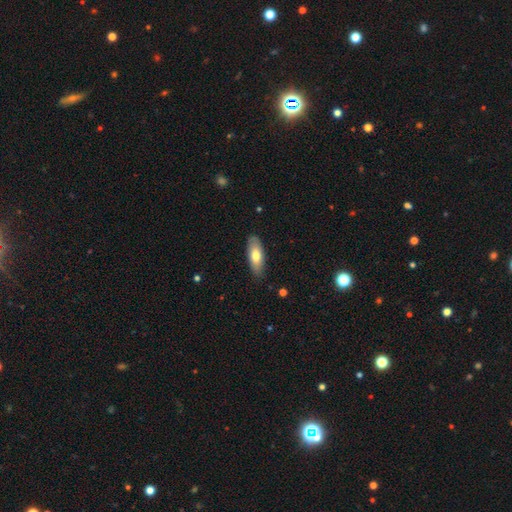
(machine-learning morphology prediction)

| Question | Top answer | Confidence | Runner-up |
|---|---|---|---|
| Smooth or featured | smooth | 71% | featured or disk (23%) |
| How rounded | in between | 76% | cigar-shaped (22%) |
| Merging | none | 85% | minor disturbance (12%) |